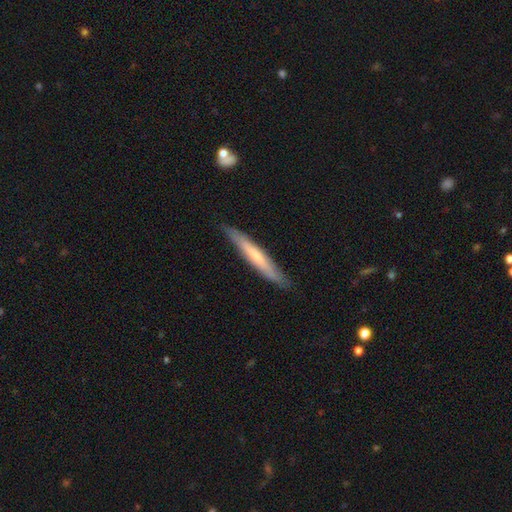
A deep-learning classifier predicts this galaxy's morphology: Smooth or featured?
  - smooth: 53% *
  - featured or disk: 42%
  - star or artifact: 5%
How rounded?
  - cigar-shaped: 95% *
  - in between: 4%
  - round: 1%
Merging?
  - none: 87% *
  - minor disturbance: 10%
  - major disturbance: 2%
  - merger: 1%